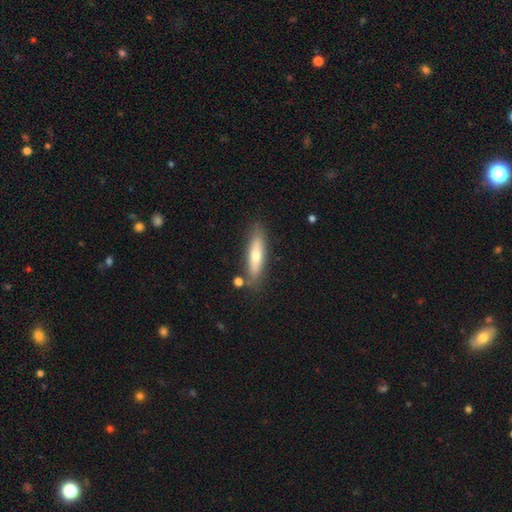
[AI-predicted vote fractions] This appears to be a smooth galaxy with no disk features (60%) that is cigar-shaped (72%). Merging: none (80%).